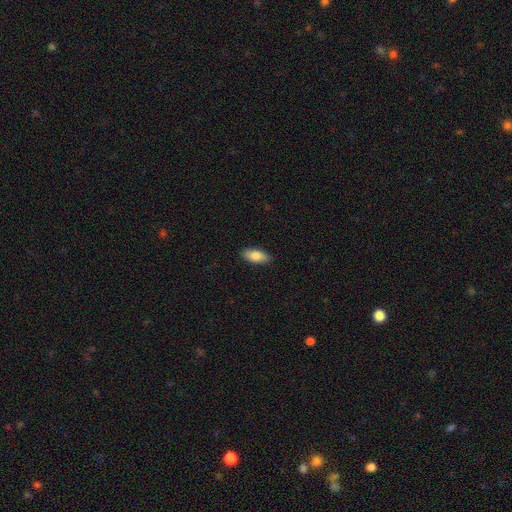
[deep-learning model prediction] The model was most divided on "smooth or featured": smooth: 83%, featured or disk: 11%, star or artifact: 6%. More confident: merging — none (87%); how rounded — in between (85%).